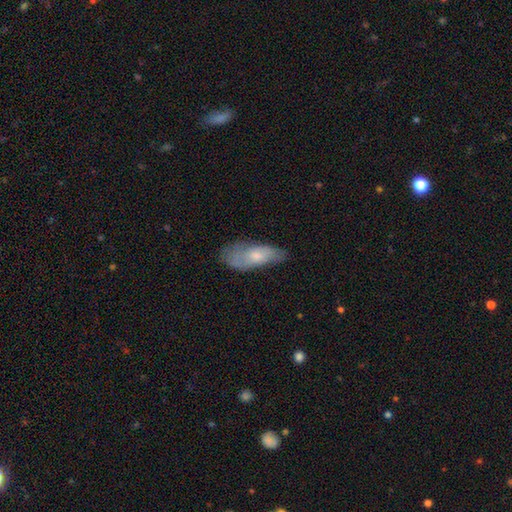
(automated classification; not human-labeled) Smooth or featured? smooth (61%)
How rounded? in between (74%)
Merging? none (52%)